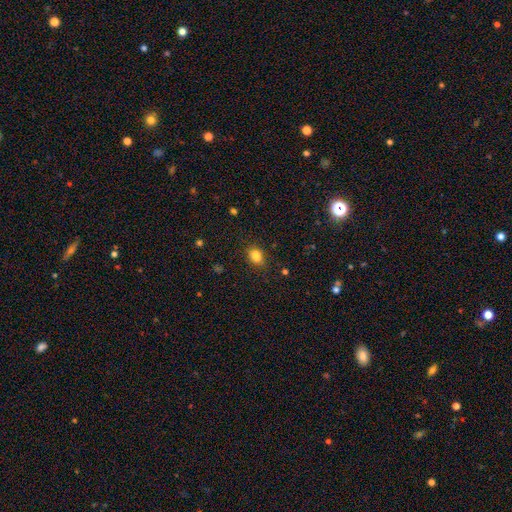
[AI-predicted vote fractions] Overall: smooth (83%). How rounded: in between (70%). Merging: none (78%).